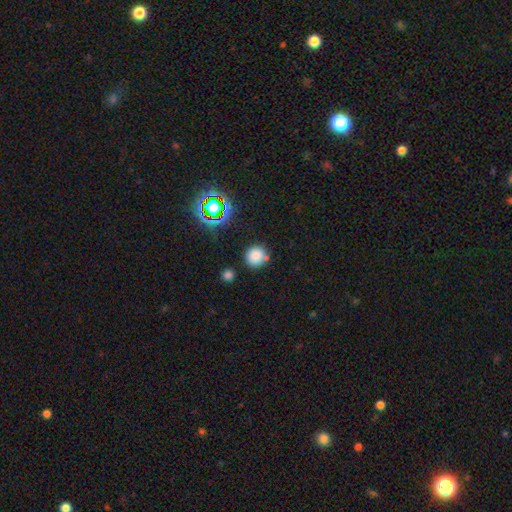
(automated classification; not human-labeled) Smooth or featured? smooth (78%)
How rounded? round (92%)
Merging? none (77%)